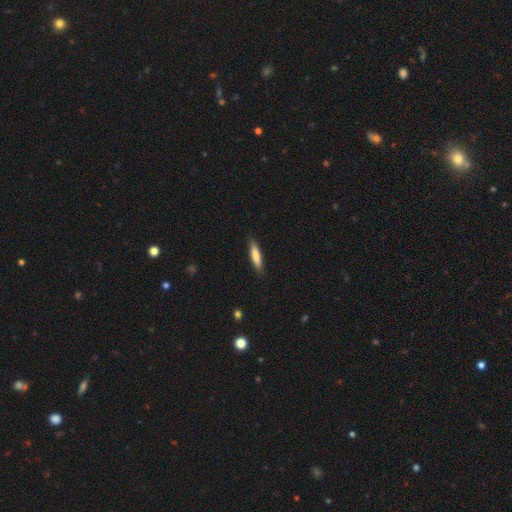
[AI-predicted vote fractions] smooth_or_featured: smooth (p=0.77) [alt: featured or disk p=0.18]
how_rounded: cigar-shaped (p=0.83) [alt: in between p=0.16]
merging: none (p=0.88) [alt: minor disturbance p=0.09]